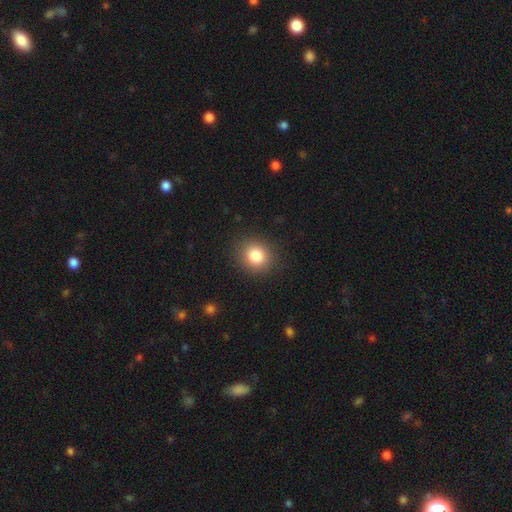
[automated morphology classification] This is clearly a smooth galaxy (84%). How rounded: clearly round (83%). Merging: clearly none (89%).